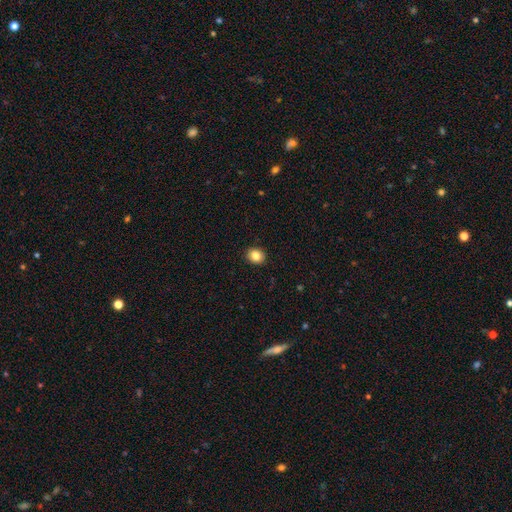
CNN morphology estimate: Q: Smooth or featured?
A: smooth (84%); runner-up: star or artifact (10%)
Q: How rounded?
A: round (70%); runner-up: in between (30%)
Q: Merging?
A: none (92%); runner-up: minor disturbance (6%)